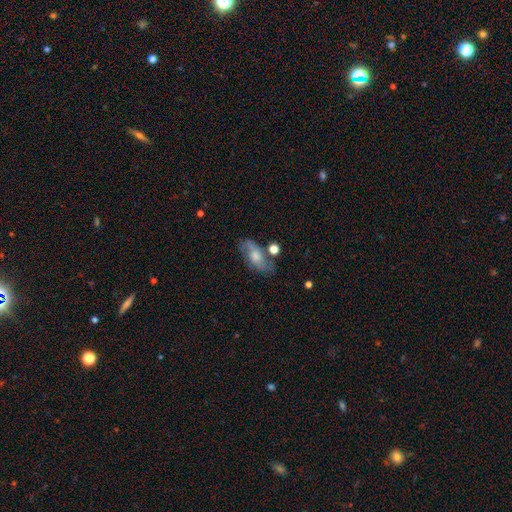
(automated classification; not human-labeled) smooth-or-featured: smooth: 50% | featured or disk: 42% | star or artifact: 8%
  merging: none: 57% | minor disturbance: 23% | major disturbance: 10% | merger: 9%